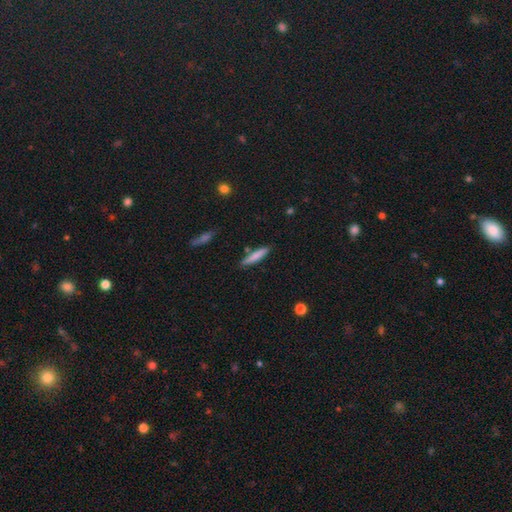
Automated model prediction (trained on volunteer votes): Q: Smooth or featured?
A: smooth (78%); runner-up: featured or disk (16%)
Q: How rounded?
A: cigar-shaped (84%); runner-up: in between (14%)
Q: Merging?
A: none (82%); runner-up: minor disturbance (11%)